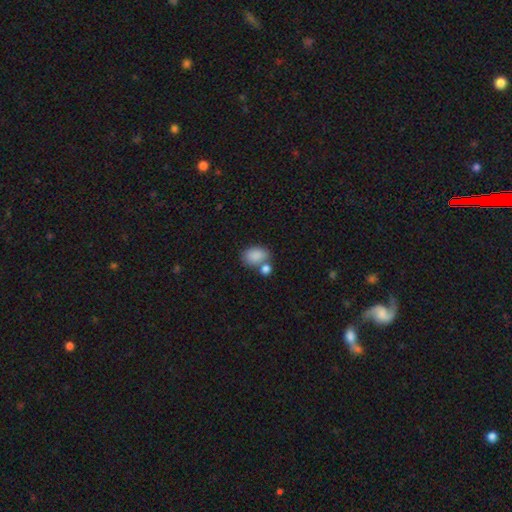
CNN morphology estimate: smooth-or-featured: smooth: 86% | star or artifact: 8% | featured or disk: 6%
  how-rounded: in between: 79% | round: 20% | cigar-shaped: 1%
  merging: none: 49% | merger: 32% | minor disturbance: 14% | major disturbance: 5%